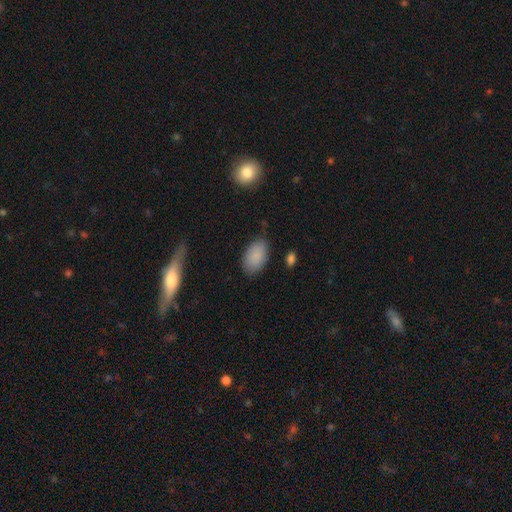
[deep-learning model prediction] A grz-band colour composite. It shows a smooth galaxy with no disk features (87%) that is in between round and cigar-shaped (94%). Merging: none (78%).